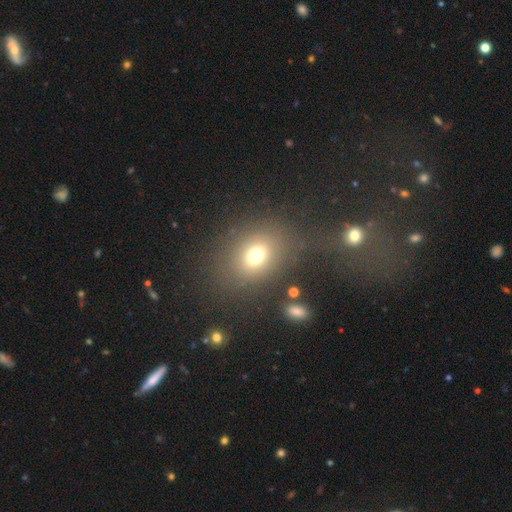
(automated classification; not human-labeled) Q: Smooth or featured?
A: smooth (70%); runner-up: star or artifact (17%)
Q: How rounded?
A: in between (51%); runner-up: round (47%)
Q: Merging?
A: none (74%); runner-up: minor disturbance (12%)